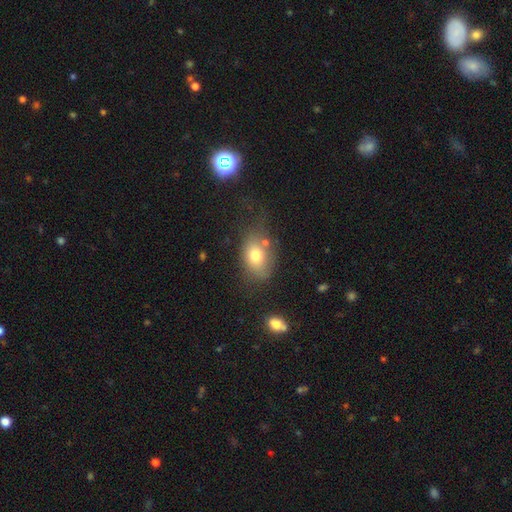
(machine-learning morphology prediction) Q: Smooth or featured?
A: smooth (73%); runner-up: featured or disk (16%)
Q: How rounded?
A: in between (72%); runner-up: round (26%)
Q: Merging?
A: none (53%); runner-up: minor disturbance (23%)